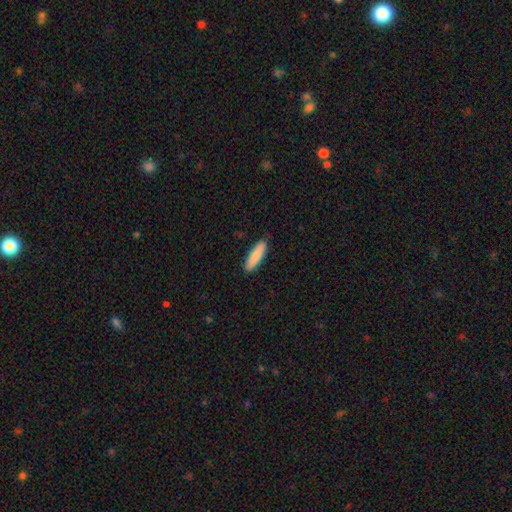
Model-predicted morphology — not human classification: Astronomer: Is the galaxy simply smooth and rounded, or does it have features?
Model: smooth — 86%.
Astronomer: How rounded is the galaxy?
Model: cigar-shaped — 59% (runner-up: in between, 40%).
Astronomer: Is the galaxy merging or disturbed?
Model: none — 88%.